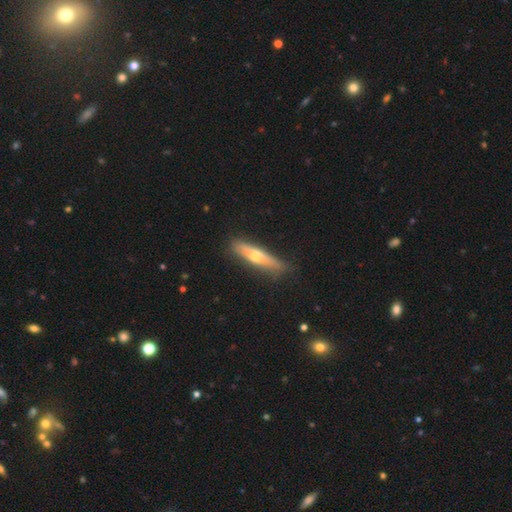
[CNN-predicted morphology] A featured or disk galaxy (48%).

Vote fractions:
- Smooth or featured? featured or disk: 48% / smooth: 46% / star or artifact: 6%
- Merging? none: 81% / minor disturbance: 15% / major disturbance: 3% / merger: 2%